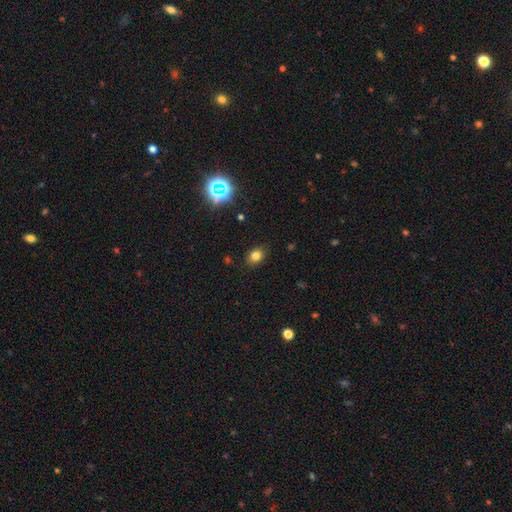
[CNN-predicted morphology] smooth_or_featured: smooth (p=0.77) [alt: star or artifact p=0.15]
how_rounded: in between (p=0.59) [alt: round p=0.39]
merging: none (p=0.86) [alt: minor disturbance p=0.11]